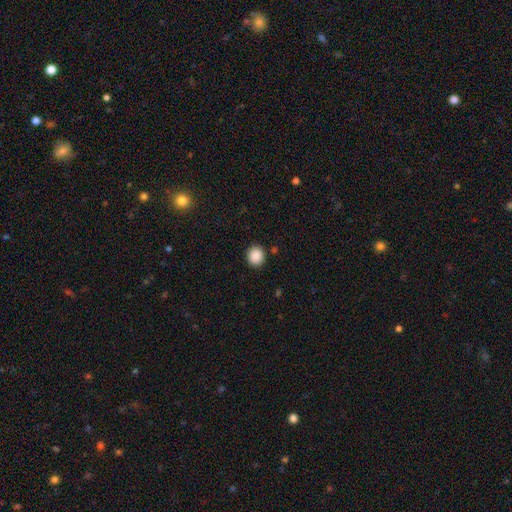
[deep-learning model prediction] Q: Smooth or featured?
A: smooth (89%); runner-up: star or artifact (8%)
Q: How rounded?
A: round (84%); runner-up: in between (15%)
Q: Merging?
A: none (90%); runner-up: minor disturbance (6%)